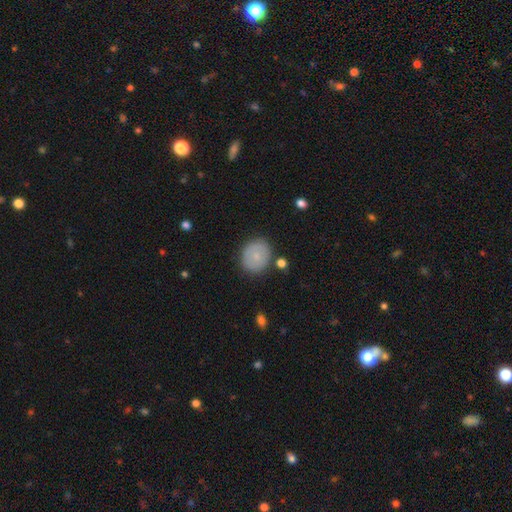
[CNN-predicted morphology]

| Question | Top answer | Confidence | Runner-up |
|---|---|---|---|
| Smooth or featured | smooth | 69% | featured or disk (24%) |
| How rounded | round | 71% | in between (28%) |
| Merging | none | 83% | minor disturbance (12%) |